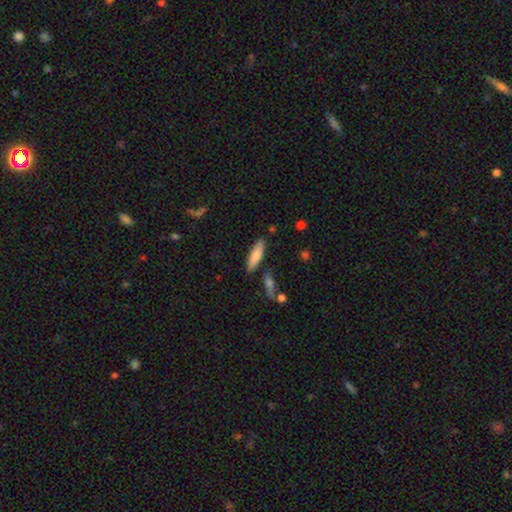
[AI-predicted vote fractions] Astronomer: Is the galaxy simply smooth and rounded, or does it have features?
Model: smooth — 78%.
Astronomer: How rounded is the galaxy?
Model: cigar-shaped — 60% (runner-up: in between, 38%).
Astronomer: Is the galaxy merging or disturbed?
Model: none — 81%.